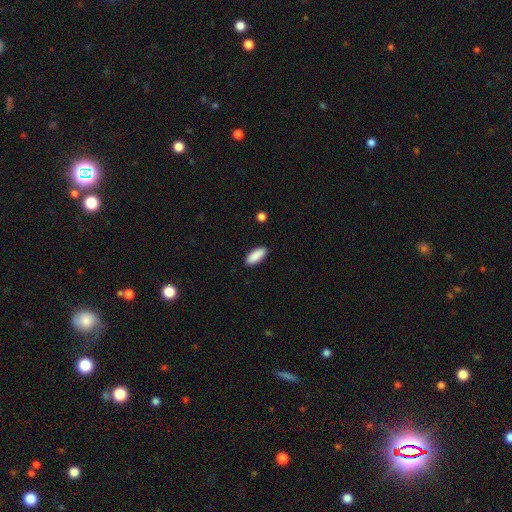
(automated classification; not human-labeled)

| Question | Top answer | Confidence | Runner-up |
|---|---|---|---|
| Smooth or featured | smooth | 90% | star or artifact (6%) |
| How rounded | in between | 78% | cigar-shaped (21%) |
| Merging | none | 89% | minor disturbance (8%) |